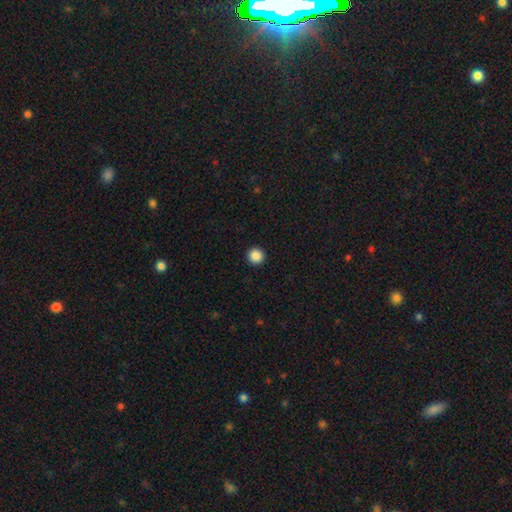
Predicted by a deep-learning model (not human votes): Smooth or featured? Predicted: smooth (p=0.88). How rounded? Predicted: round (p=0.96). Merging? Predicted: none (p=0.94).